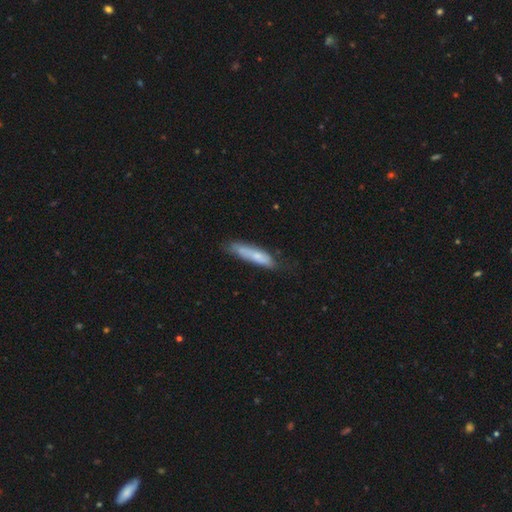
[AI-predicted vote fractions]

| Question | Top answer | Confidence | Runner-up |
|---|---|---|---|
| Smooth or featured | smooth | 66% | featured or disk (27%) |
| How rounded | cigar-shaped | 81% | in between (17%) |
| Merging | none | 60% | minor disturbance (28%) |